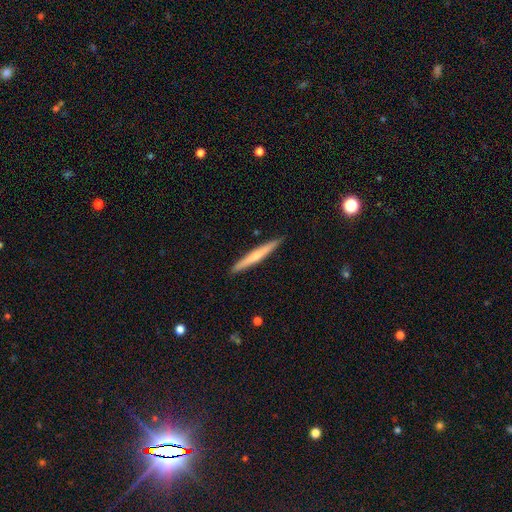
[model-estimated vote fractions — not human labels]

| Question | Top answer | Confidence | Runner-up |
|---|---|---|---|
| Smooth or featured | smooth | 50% | featured or disk (44%) |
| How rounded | cigar-shaped | 96% | in between (2%) |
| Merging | none | 91% | minor disturbance (7%) |